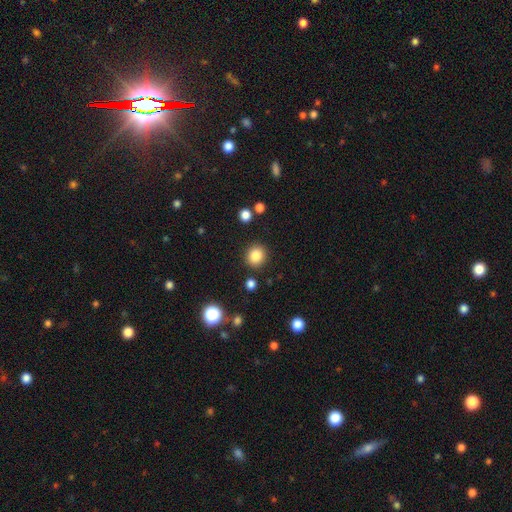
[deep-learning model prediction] Smooth or featured? smooth (84%)
How rounded? round (87%)
Merging? none (89%)